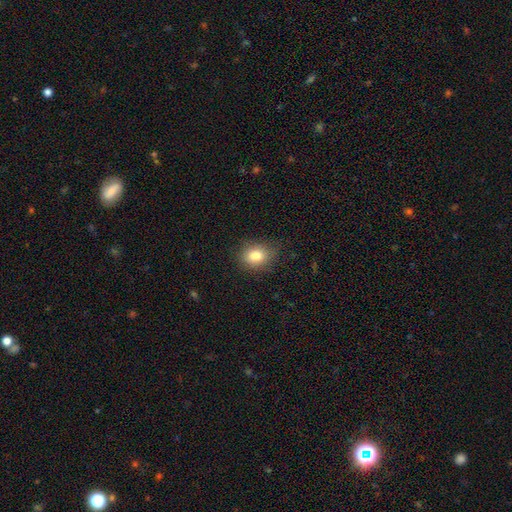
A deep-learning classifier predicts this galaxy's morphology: This appears to be a smooth galaxy with no disk features (82%) that is in between round and cigar-shaped (51%). Merging: none (80%).